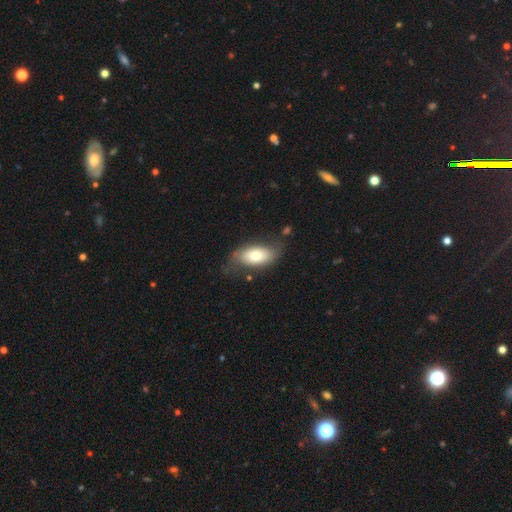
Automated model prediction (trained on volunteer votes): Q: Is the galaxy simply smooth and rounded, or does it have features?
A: smooth — 66%.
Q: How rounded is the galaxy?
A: in between — 92%.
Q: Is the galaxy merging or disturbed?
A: none — 61%.